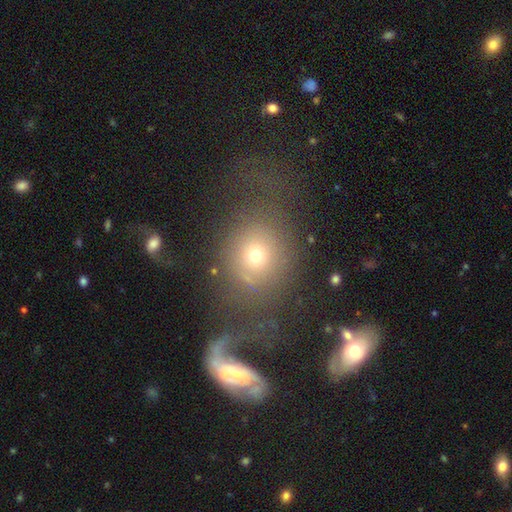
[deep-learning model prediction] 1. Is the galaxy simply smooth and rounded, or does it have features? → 59% smooth, 26% featured or disk, 15% star or artifact.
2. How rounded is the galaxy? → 73% round, 26% in between, 2% cigar-shaped.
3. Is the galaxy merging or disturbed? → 42% none, 29% major disturbance, 16% merger, 13% minor disturbance.